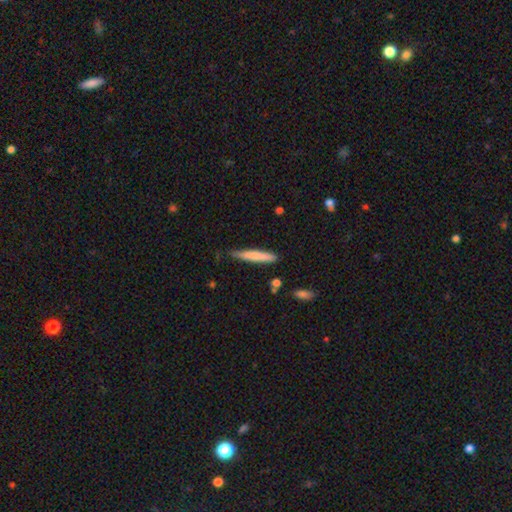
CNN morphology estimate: Q: Smooth or featured?
A: smooth (72%); runner-up: featured or disk (23%)
Q: How rounded?
A: cigar-shaped (93%); runner-up: in between (5%)
Q: Merging?
A: none (77%); runner-up: minor disturbance (17%)